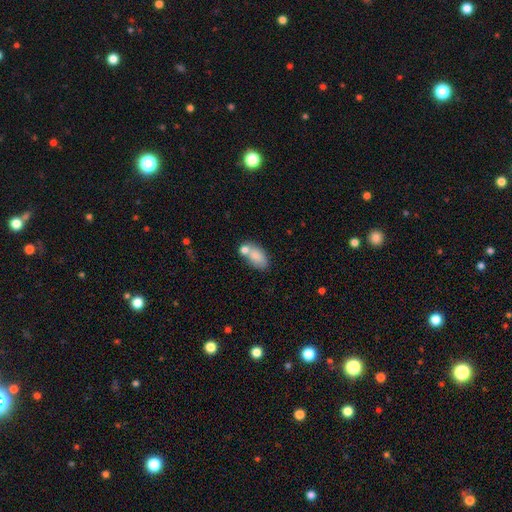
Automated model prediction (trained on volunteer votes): A smooth galaxy with no disk features (78%) that is in between round and cigar-shaped (89%).

Vote fractions:
- Smooth or featured? smooth: 78% / featured or disk: 14% / star or artifact: 8%
- How rounded? in between: 89% / round: 8% / cigar-shaped: 3%
- Merging? none: 44% / merger: 33% / minor disturbance: 16% / major disturbance: 7%